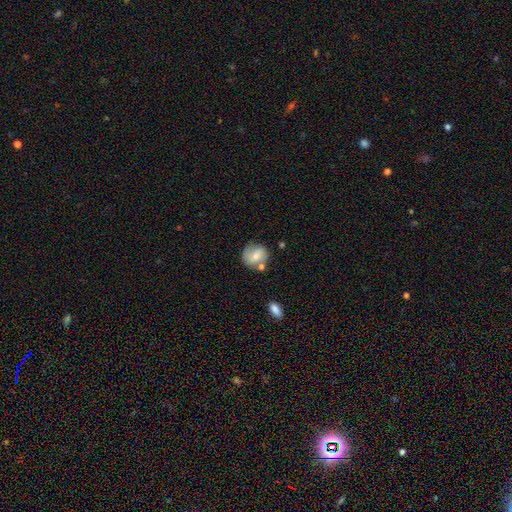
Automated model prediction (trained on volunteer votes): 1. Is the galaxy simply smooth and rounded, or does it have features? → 62% smooth, 30% featured or disk, 9% star or artifact.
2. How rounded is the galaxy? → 74% round, 25% in between, 1% cigar-shaped.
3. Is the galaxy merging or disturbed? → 61% none, 20% minor disturbance, 13% merger, 6% major disturbance.